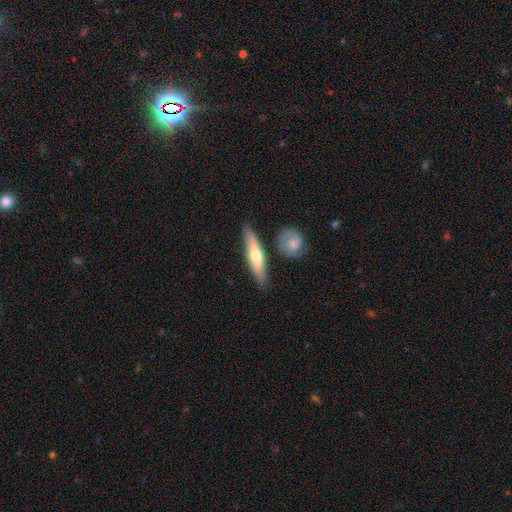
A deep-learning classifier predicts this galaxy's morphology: type=smooth (51%); roundness=cigar-shaped (74%); merging=none (81%).